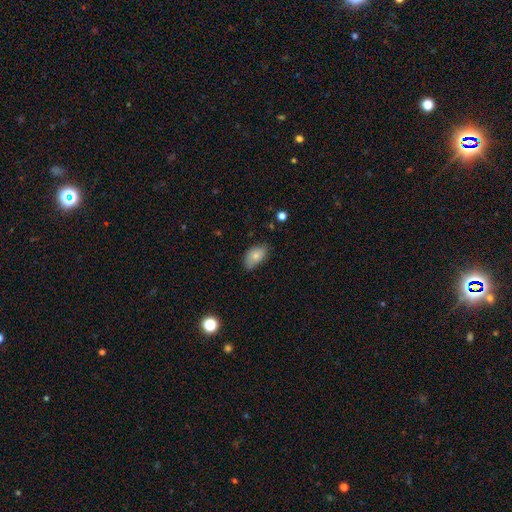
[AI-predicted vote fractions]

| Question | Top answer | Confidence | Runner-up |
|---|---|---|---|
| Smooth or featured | smooth | 78% | featured or disk (14%) |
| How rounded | in between | 91% | round (7%) |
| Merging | none | 65% | minor disturbance (29%) |